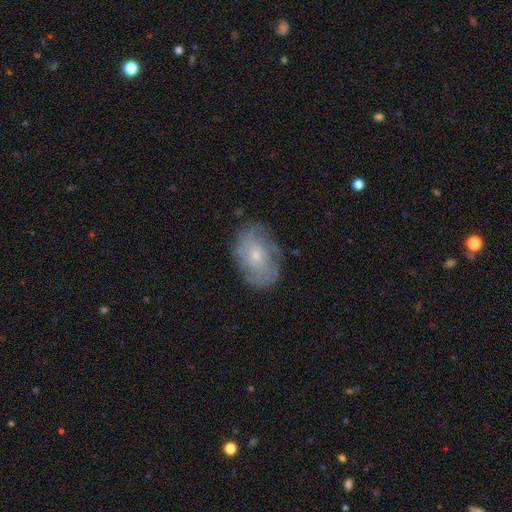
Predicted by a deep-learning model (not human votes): smooth_or_featured: featured or disk (p=0.60) [alt: smooth p=0.32]
disk_edge_on: no (p=0.96) [alt: yes p=0.04]
bar: no (p=0.80) [alt: weak p=0.17]
has_spiral_arms: yes (p=0.73) [alt: no p=0.27]
bulge_size: small (p=0.67) [alt: moderate p=0.29]
merging: none (p=0.71) [alt: minor disturbance p=0.20]